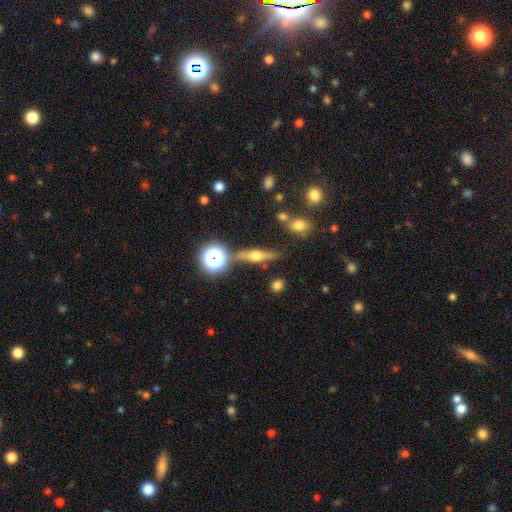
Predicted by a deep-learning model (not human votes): Q: Smooth or featured?
A: featured or disk (57%); runner-up: smooth (32%)
Q: Edge-on disk?
A: yes (90%); runner-up: no (10%)
Q: Edge-on bulge?
A: rounded (93%); runner-up: boxy (5%)
Q: Merging?
A: none (77%); runner-up: minor disturbance (12%)